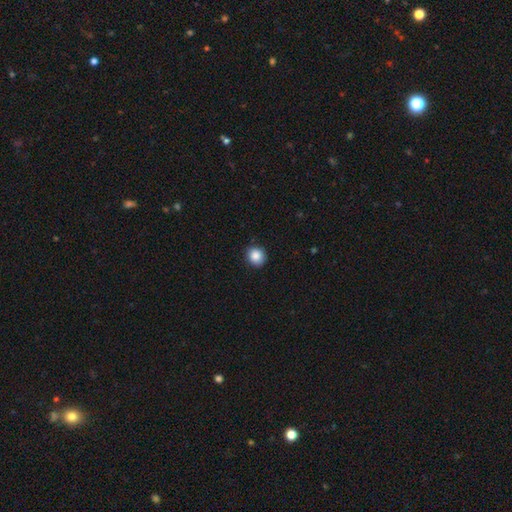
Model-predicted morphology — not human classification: Overall: smooth (87%). How rounded: round (87%). Merging: none (88%).